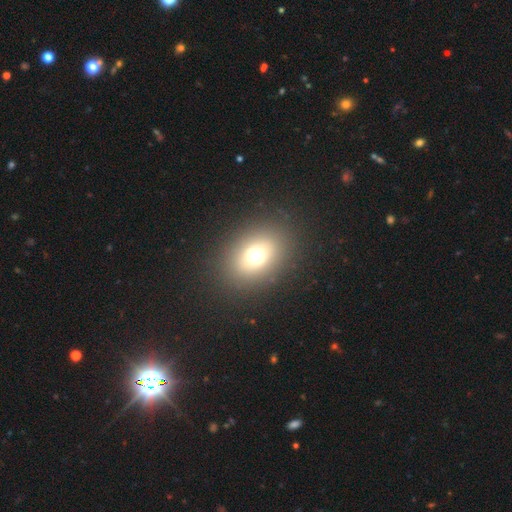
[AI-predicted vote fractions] This appears to be a smooth galaxy with no disk features (66%) that is in between round and cigar-shaped (51%). Merging: none (86%).